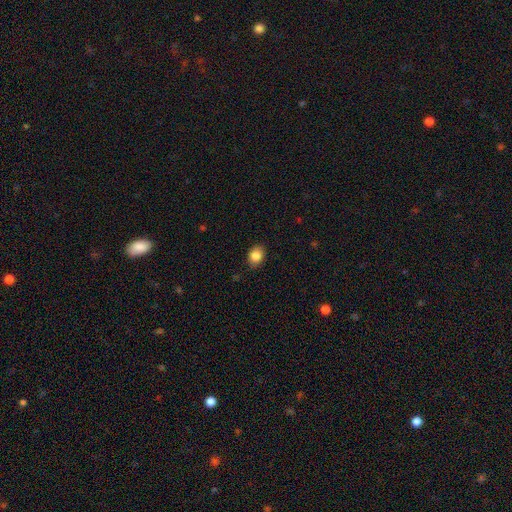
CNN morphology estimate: Q: Smooth or featured?
A: smooth (85%); runner-up: star or artifact (9%)
Q: How rounded?
A: in between (59%); runner-up: round (40%)
Q: Merging?
A: none (87%); runner-up: minor disturbance (10%)